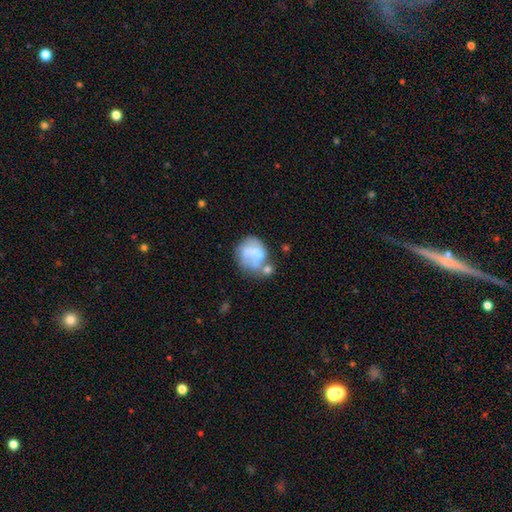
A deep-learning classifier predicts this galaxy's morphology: This appears to be a smooth galaxy with no disk features (49%). Merging: none (34%).